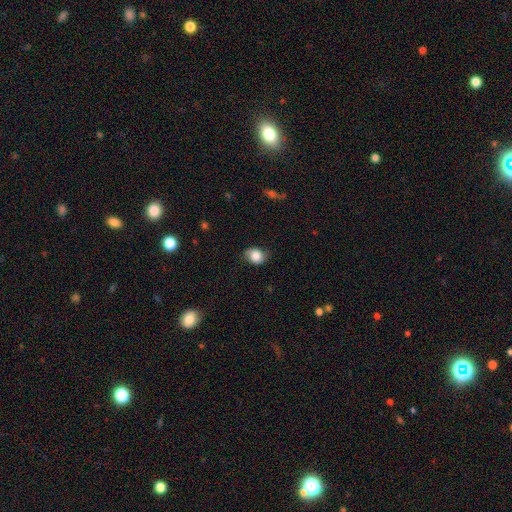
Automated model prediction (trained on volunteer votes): Smooth or featured? Predicted: smooth (p=0.77). How rounded? Predicted: in between (p=0.51). Merging? Predicted: none (p=0.68).